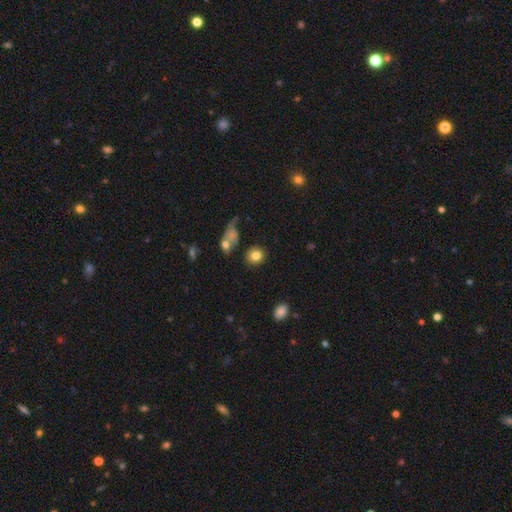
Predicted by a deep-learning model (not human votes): This is clearly a smooth galaxy (81%). How rounded: clearly round (83%). Merging: likely none (79%).